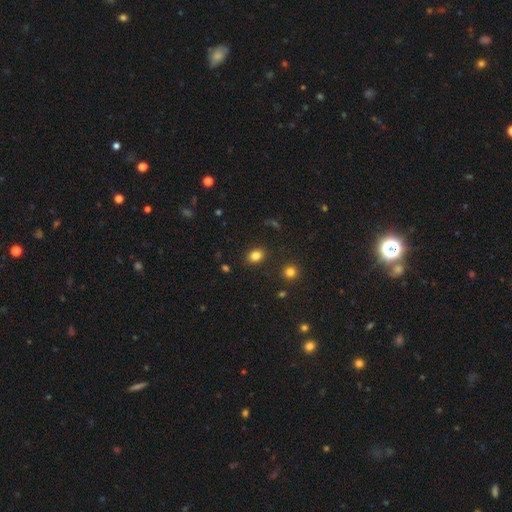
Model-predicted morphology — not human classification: Smooth or featured?
  - smooth: 82% *
  - star or artifact: 12%
  - featured or disk: 6%
How rounded?
  - in between: 65% *
  - round: 34%
  - cigar-shaped: 1%
Merging?
  - none: 87% *
  - minor disturbance: 8%
  - major disturbance: 3%
  - merger: 2%